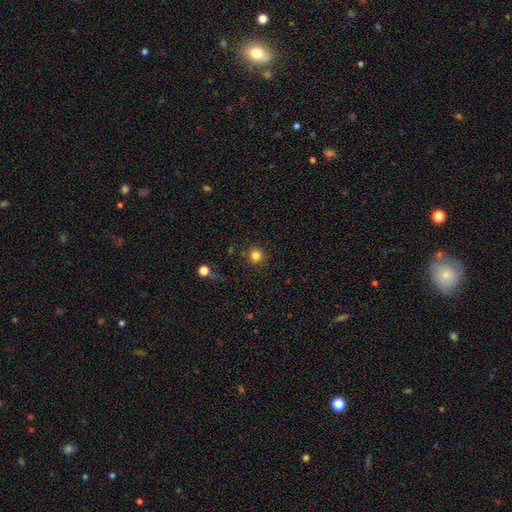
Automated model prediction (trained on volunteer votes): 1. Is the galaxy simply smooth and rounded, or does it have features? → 83% smooth, 13% star or artifact, 5% featured or disk.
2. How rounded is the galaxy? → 93% round, 6% in between, 1% cigar-shaped.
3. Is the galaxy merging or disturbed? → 88% none, 7% minor disturbance, 3% major disturbance, 2% merger.